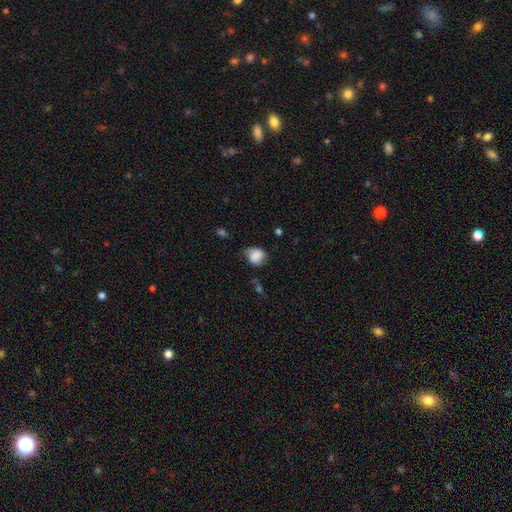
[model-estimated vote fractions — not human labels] This is likely a smooth galaxy (77%). How rounded: possibly round (58%). Merging: marginally none (44%).